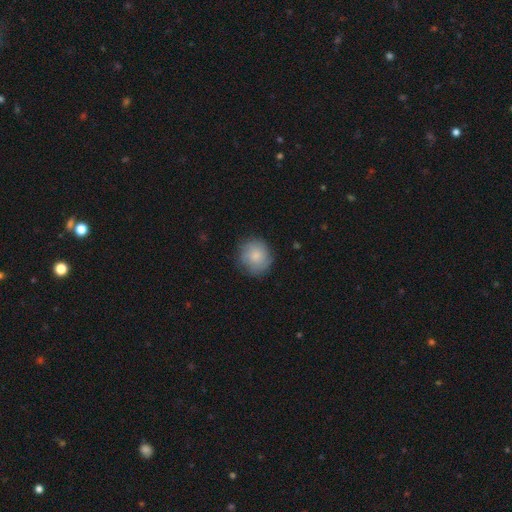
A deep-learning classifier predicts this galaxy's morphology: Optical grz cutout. It shows a smooth galaxy with no disk features (70%) that is round (88%). Merging: none (78%).